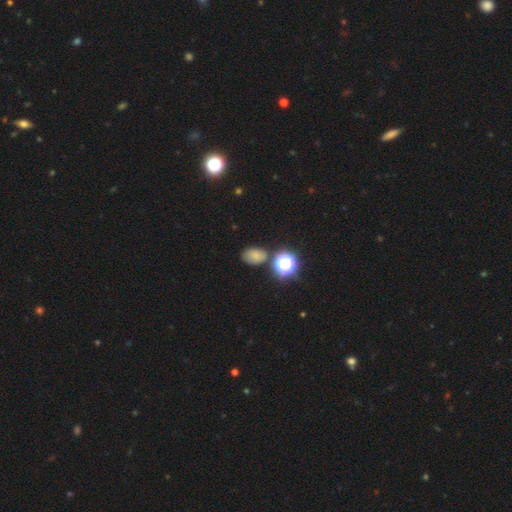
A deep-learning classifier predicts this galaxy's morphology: This is likely a smooth galaxy (67%). How rounded: likely in between (75%). Merging: likely none (70%).